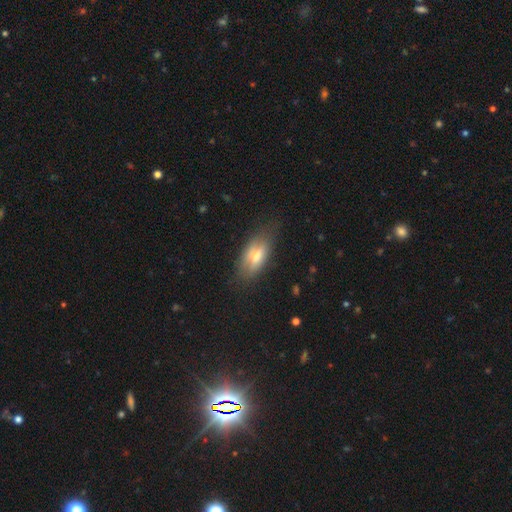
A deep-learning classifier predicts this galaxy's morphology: The model was most divided on "smooth or featured": smooth: 53%, featured or disk: 38%, star or artifact: 9%. More confident: how rounded — in between (80%); merging — none (75%).